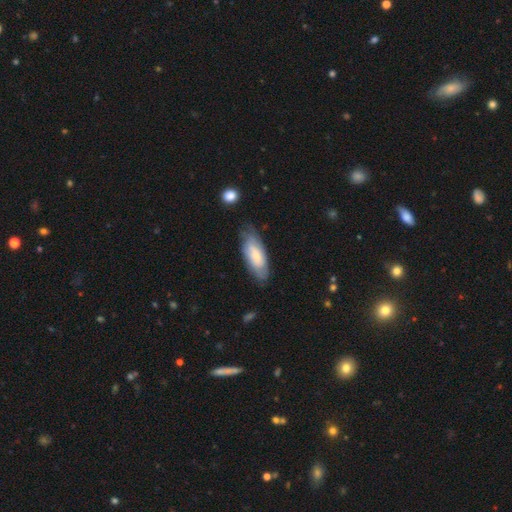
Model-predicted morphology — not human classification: Smooth or featured: smooth — 55% (featured or disk — 39%)
How rounded: in between — 77% (cigar-shaped — 21%)
Merging: none — 67% (minor disturbance — 24%)